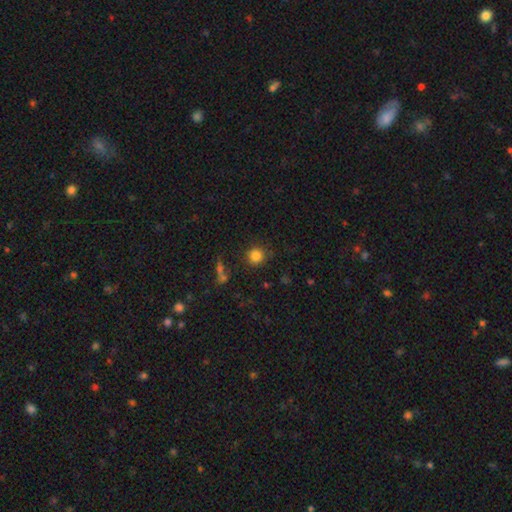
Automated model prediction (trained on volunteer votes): Smooth or featured? Predicted: smooth (p=0.83). How rounded? Predicted: round (p=0.90). Merging? Predicted: none (p=0.83).